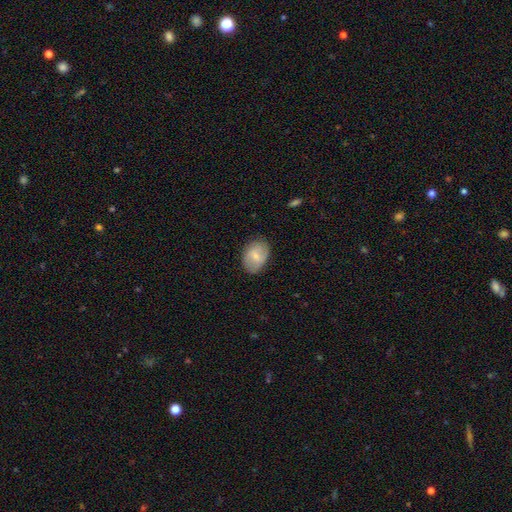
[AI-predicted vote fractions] The model was most divided on "smooth or featured": smooth: 65%, featured or disk: 28%, star or artifact: 7%. More confident: how rounded — in between (81%); merging — none (79%).